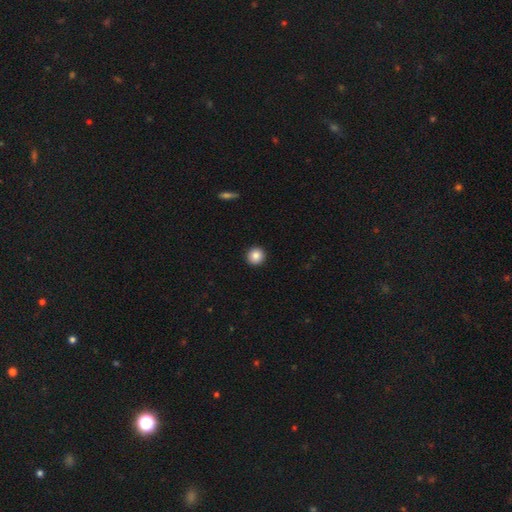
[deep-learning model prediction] smooth-or-featured: smooth: 86% | star or artifact: 9% | featured or disk: 5%
  how-rounded: round: 94% | in between: 5% | cigar-shaped: 1%
  merging: none: 93% | minor disturbance: 5% | major disturbance: 1% | merger: 1%